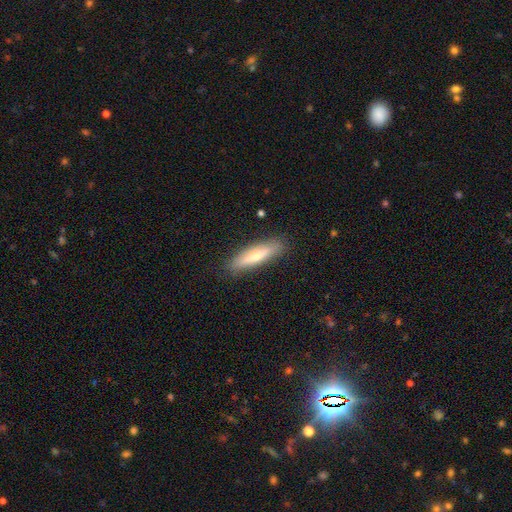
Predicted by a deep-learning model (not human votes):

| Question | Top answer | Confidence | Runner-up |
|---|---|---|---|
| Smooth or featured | smooth | 60% | featured or disk (33%) |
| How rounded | cigar-shaped | 80% | in between (18%) |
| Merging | none | 88% | minor disturbance (9%) |